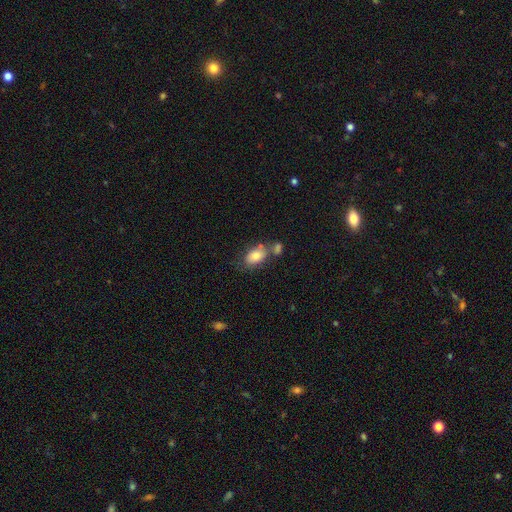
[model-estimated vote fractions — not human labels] Smooth or featured?
  - smooth: 80% *
  - featured or disk: 12%
  - star or artifact: 8%
How rounded?
  - in between: 89% *
  - round: 9%
  - cigar-shaped: 2%
Merging?
  - none: 47% *
  - merger: 30%
  - minor disturbance: 16%
  - major disturbance: 7%